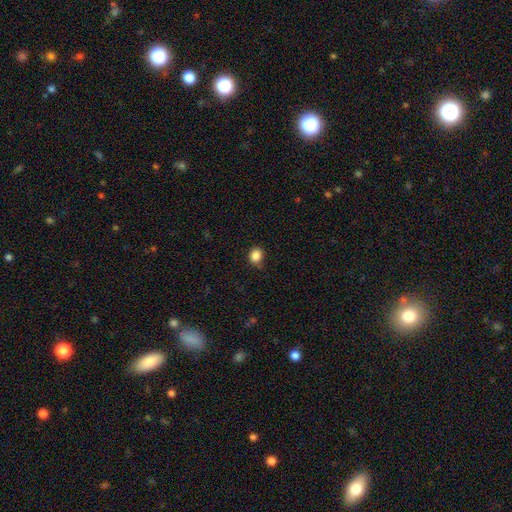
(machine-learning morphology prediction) The model was most divided on "how rounded": round: 64%, in between: 35%, cigar-shaped: 1%. More confident: smooth or featured — smooth (86%); merging — none (76%).